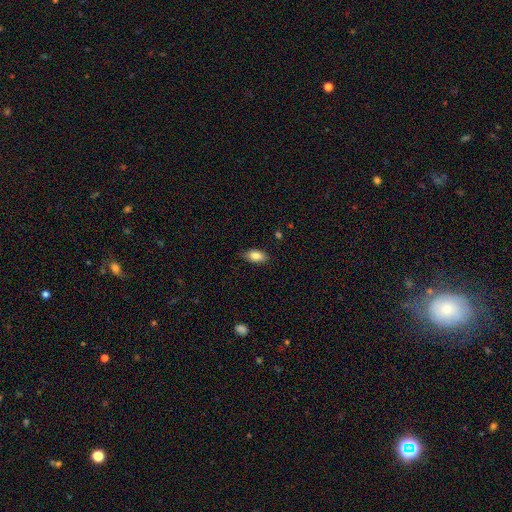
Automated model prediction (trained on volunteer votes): smooth-or-featured: smooth: 84% | featured or disk: 8% | star or artifact: 7%
  how-rounded: in between: 91% | round: 5% | cigar-shaped: 4%
  merging: none: 82% | minor disturbance: 14% | major disturbance: 3% | merger: 1%